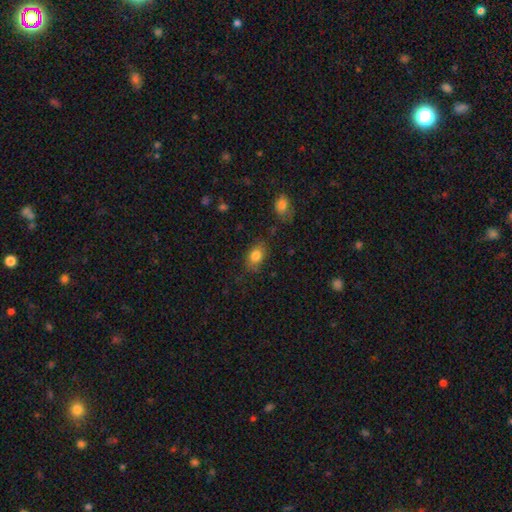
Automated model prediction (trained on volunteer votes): This is clearly a smooth galaxy (82%). How rounded: likely in between (79%). Merging: likely none (74%).